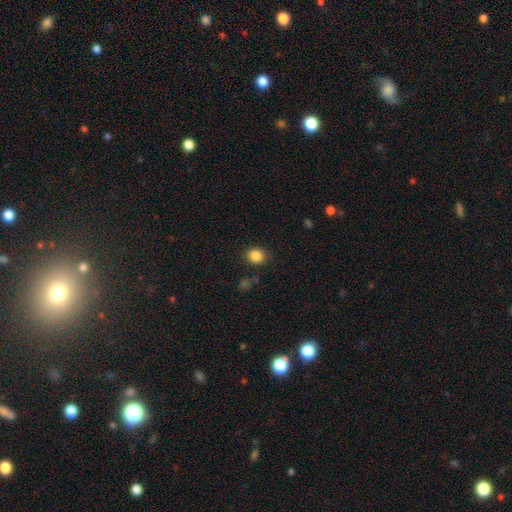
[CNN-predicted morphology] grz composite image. It shows a smooth galaxy with no disk features (86%) that is round (78%). Merging: none (85%).